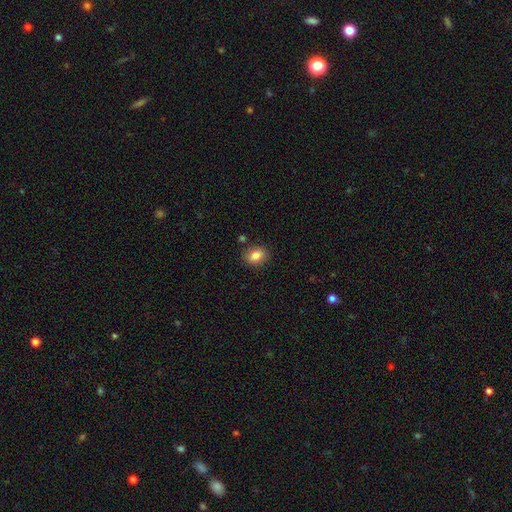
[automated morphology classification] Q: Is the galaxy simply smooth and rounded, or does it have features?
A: smooth — 84%.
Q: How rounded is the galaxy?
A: in between — 60%.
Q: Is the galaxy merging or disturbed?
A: none — 85%.